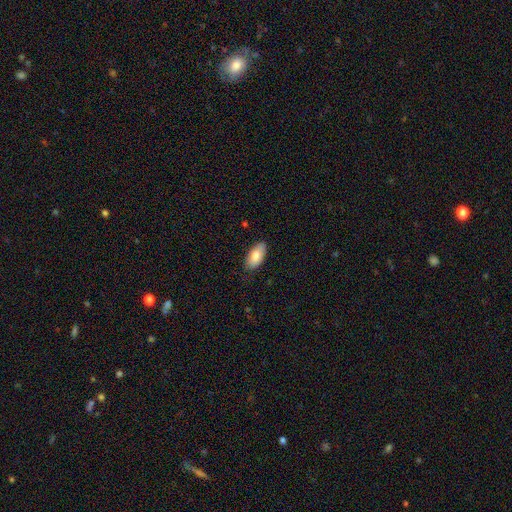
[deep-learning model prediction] Smooth or featured? smooth (78%)
How rounded? in between (94%)
Merging? none (80%)